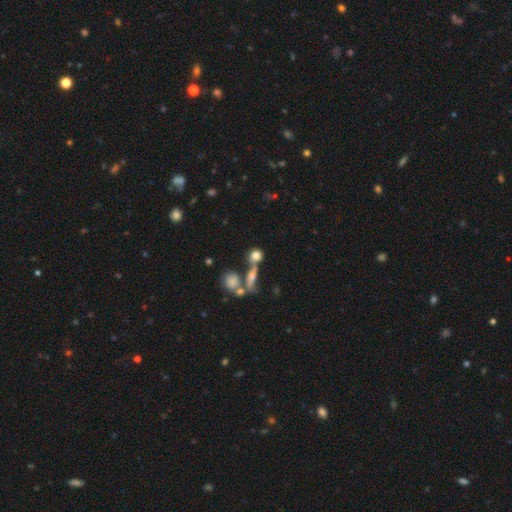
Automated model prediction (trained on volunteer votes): Smooth or featured: smooth — 69% (featured or disk — 17%)
How rounded: round — 66% (in between — 24%)
Merging: none — 45% (merger — 36%)